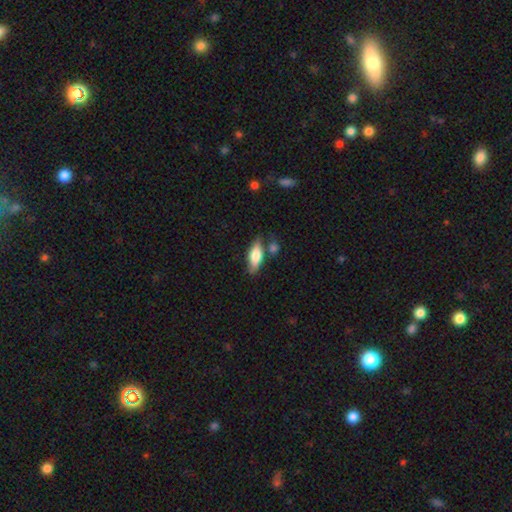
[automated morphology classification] Smooth or featured? smooth (68%)
How rounded? in between (69%)
Merging? none (66%)